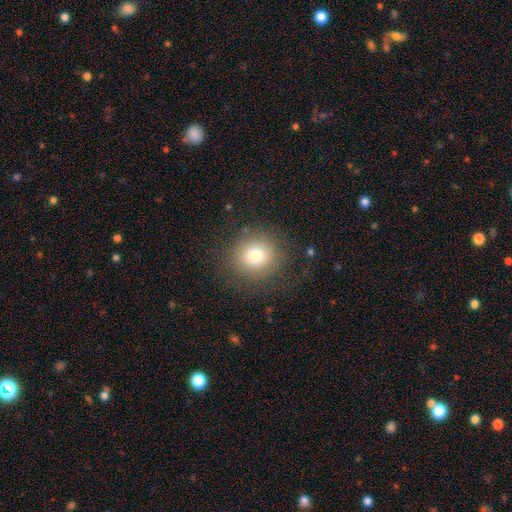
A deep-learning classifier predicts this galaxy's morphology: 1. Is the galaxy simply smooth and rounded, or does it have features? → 75% smooth, 13% featured or disk, 12% star or artifact.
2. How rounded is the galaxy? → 90% round, 9% in between, 1% cigar-shaped.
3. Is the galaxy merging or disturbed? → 78% none, 12% minor disturbance, 9% major disturbance, 1% merger.